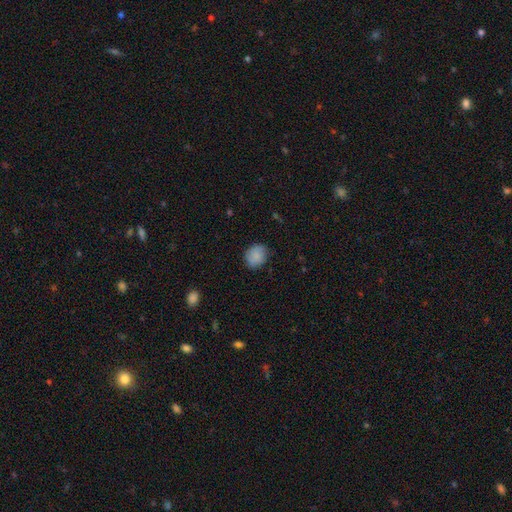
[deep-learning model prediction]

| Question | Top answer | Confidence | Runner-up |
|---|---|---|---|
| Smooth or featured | smooth | 81% | featured or disk (11%) |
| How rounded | round | 71% | in between (28%) |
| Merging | none | 76% | minor disturbance (19%) |